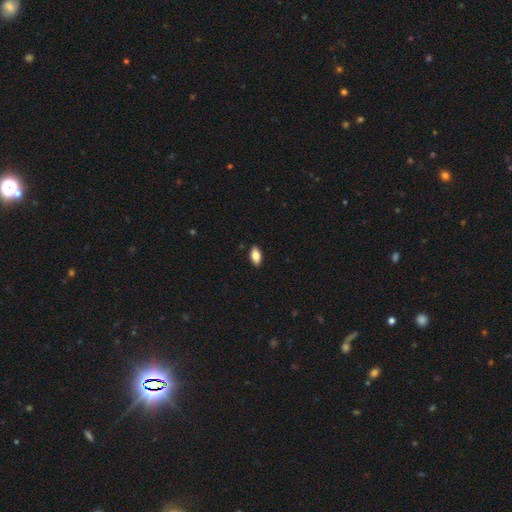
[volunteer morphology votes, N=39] A smooth galaxy with no disk features (82%) that is in between round and cigar-shaped (84%). Merging: none (81%).